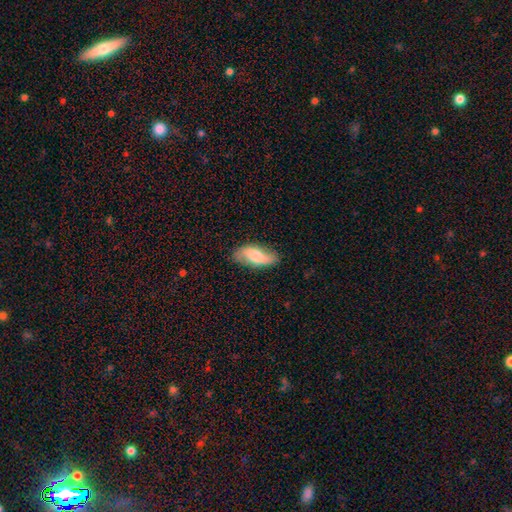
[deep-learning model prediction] Smooth or featured: smooth — 47% (tied with featured or disk — 47%)
Merging: none — 77% (minor disturbance — 18%)